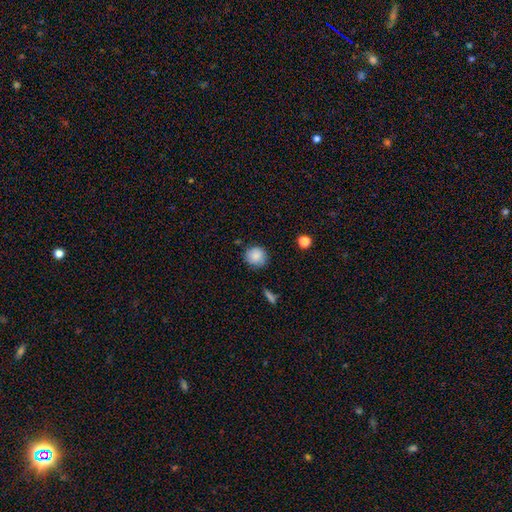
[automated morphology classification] smooth 86%, star or artifact 8%, featured or disk 6%. Down the decision tree: how rounded — round (91%); merging — none (84%).